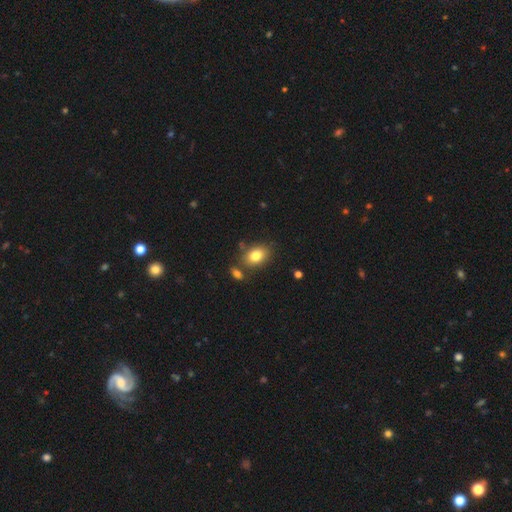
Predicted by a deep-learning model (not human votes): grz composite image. It shows a smooth galaxy with no disk features (81%) that is in between round and cigar-shaped (78%). Merging: none (73%).